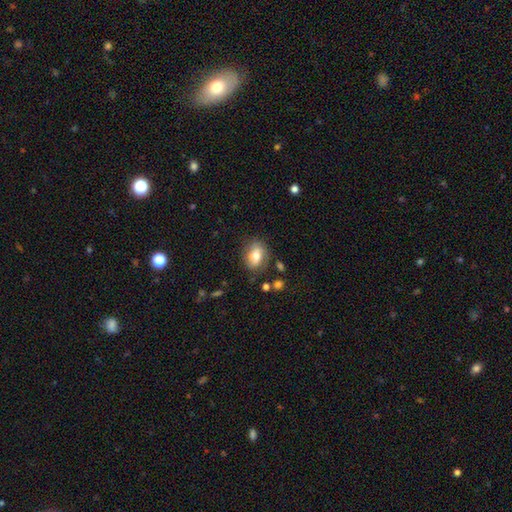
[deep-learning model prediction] This is likely a smooth galaxy (66%). How rounded: likely in between (68%). Merging: likely none (65%).